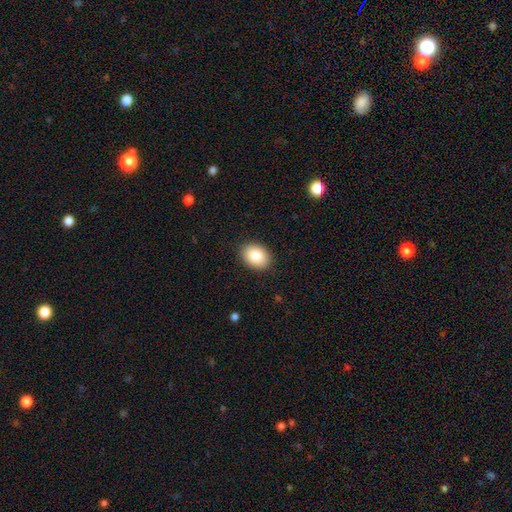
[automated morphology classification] smooth-or-featured: smooth: 84% | featured or disk: 8% | star or artifact: 8%
  how-rounded: in between: 72% | round: 28% | cigar-shaped: 1%
  merging: none: 89% | minor disturbance: 8% | major disturbance: 2% | merger: 1%